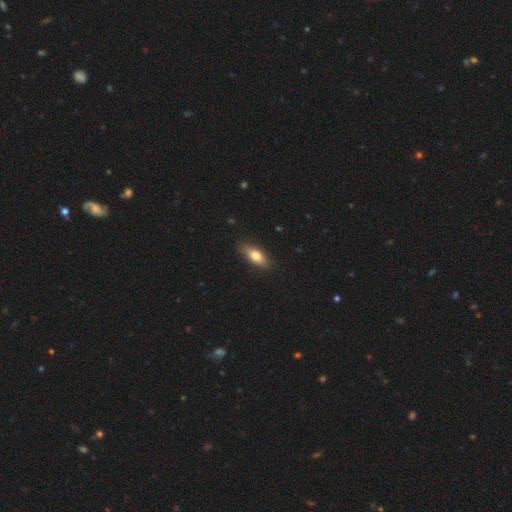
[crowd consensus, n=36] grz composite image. It shows a smooth galaxy with no disk features (75%) that is in between round and cigar-shaped (78%). Merging: none (91%).